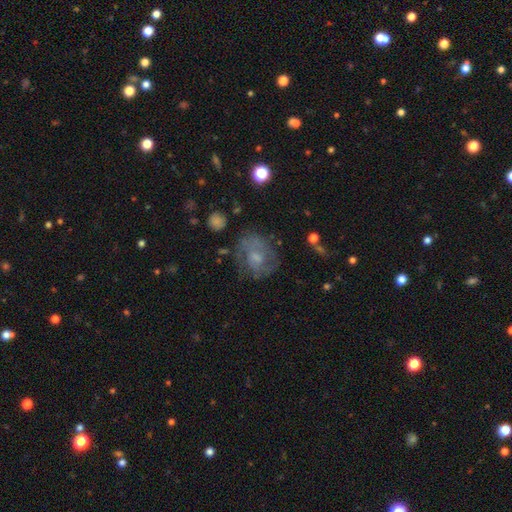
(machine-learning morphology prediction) The model was most divided on "bulge size": moderate: 40%, small: 37%, none: 15%, large: 6%, dominant: 2%. More confident: edge-on disk — no (97%); spiral arms — yes (69%); bar — no (66%); merging — none (64%); smooth or featured — featured or disk (58%).